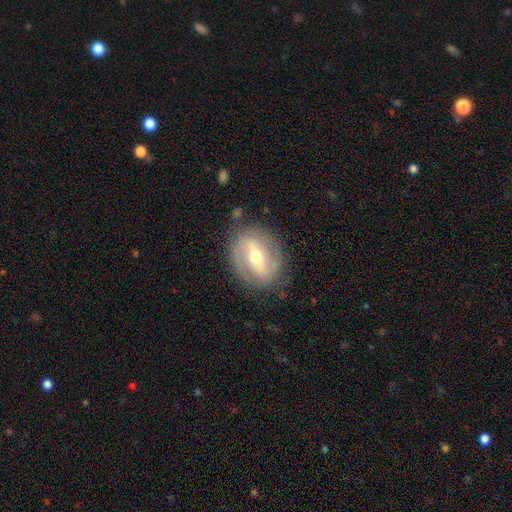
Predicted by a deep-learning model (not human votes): featured or disk 75%, smooth 18%, star or artifact 7%. Down the decision tree: edge-on disk — no (94%); bar — strong (48%); spiral arms — yes (79%); spiral arm count — 2 (83%); spiral winding — medium (41%); bulge size — moderate (65%); merging — none (82%).